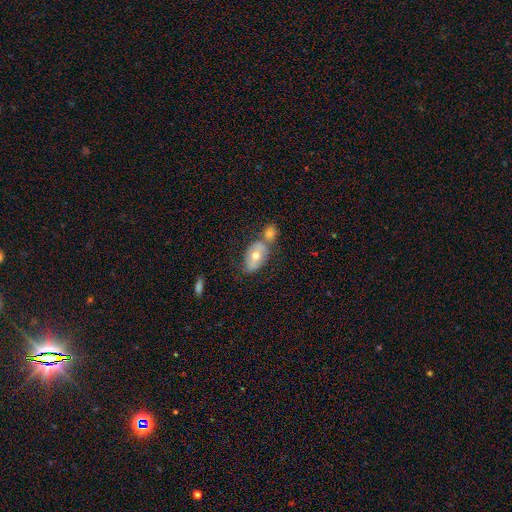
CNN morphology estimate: A smooth galaxy with no disk features (57%) that is in between round and cigar-shaped (88%). Merging: none (40%).